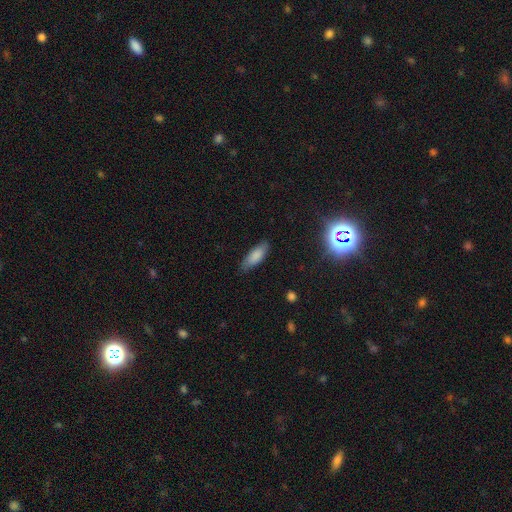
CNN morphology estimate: This appears to be a smooth galaxy with no disk features (84%) that is in between round and cigar-shaped (68%). Merging: none (82%).